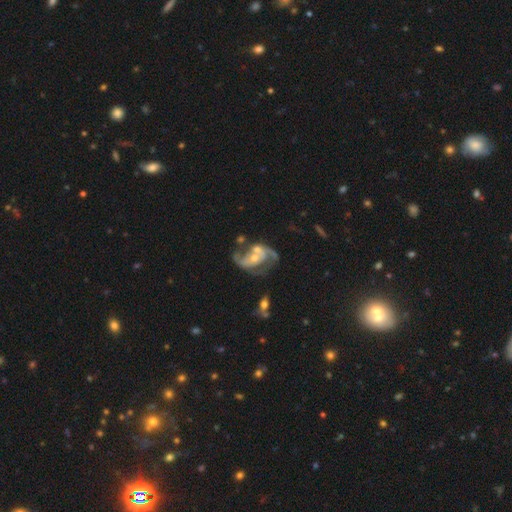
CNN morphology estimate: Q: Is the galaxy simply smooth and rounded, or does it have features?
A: featured or disk — 85%.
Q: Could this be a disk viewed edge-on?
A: no — 97%.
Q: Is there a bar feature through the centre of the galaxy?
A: no — 59%.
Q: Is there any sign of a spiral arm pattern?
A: yes — 90%.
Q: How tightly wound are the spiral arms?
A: medium — 43%.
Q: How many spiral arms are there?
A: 2 — 80%.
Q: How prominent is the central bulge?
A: moderate — 50%.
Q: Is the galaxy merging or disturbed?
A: none — 34%.